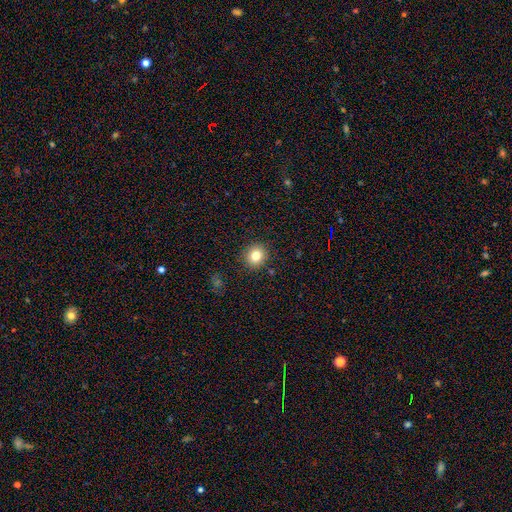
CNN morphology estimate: A smooth galaxy with no disk features (81%) that is round (87%). Merging: none (90%).